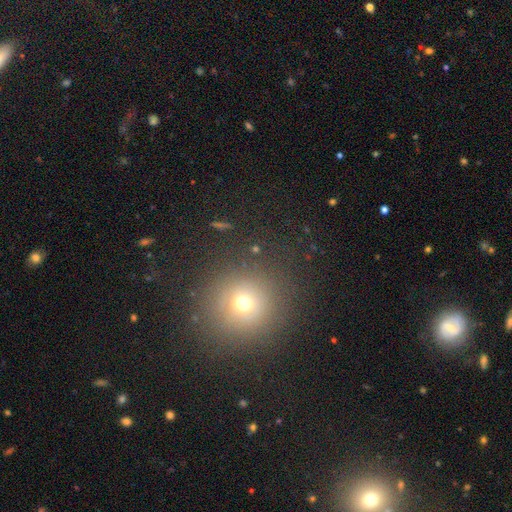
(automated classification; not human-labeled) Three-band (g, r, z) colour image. It shows a smooth galaxy with no disk features (57%) that is round (92%). Merging: none (88%).